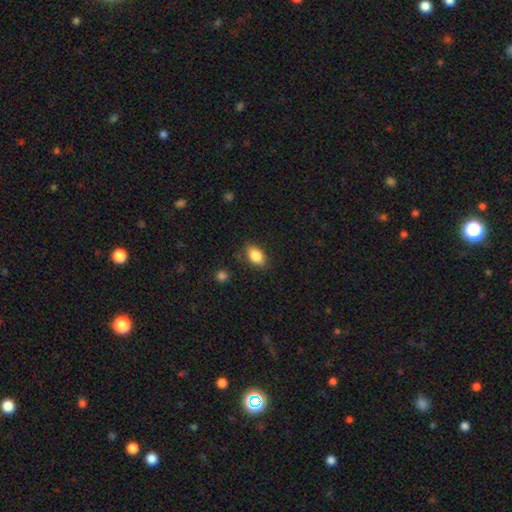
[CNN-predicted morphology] Smooth or featured: smooth — 86% (star or artifact — 8%)
How rounded: in between — 88% (round — 10%)
Merging: none — 84% (minor disturbance — 12%)